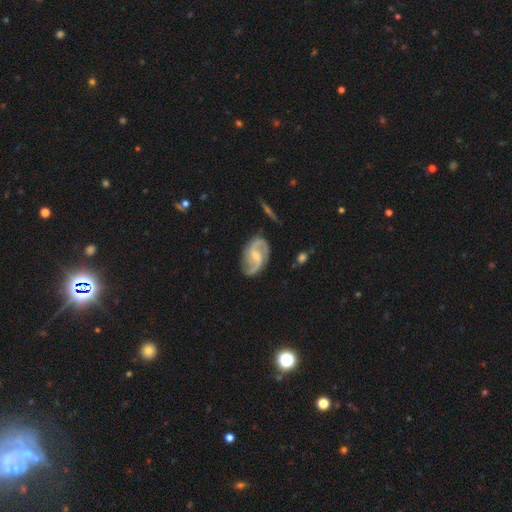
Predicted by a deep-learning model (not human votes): Overall: featured or disk (89%). Edge-on disk: no (98%). Bar: weak (54%; no 30%). Spiral arms: yes (97%). Spiral arm count: 2 (91%). Spiral winding: medium (45%; loose 43%). Bulge size: small (52%; moderate 35%). Merging: none (78%).